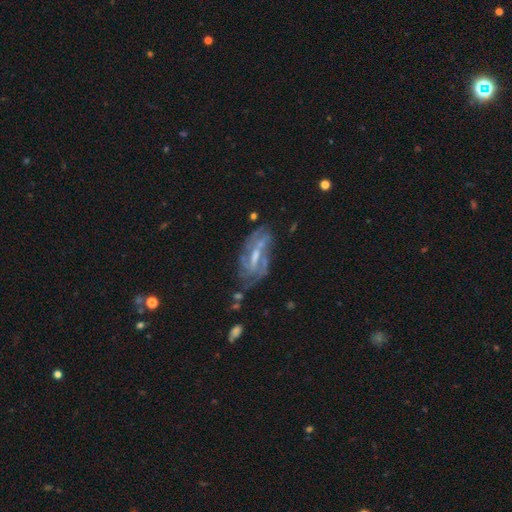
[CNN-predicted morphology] This appears to be a featured or disk galaxy (78%) with a weak bar (44%), medium (42%) spiral arms (82%) and a moderate central bulge (42%). Merging: none (53%).